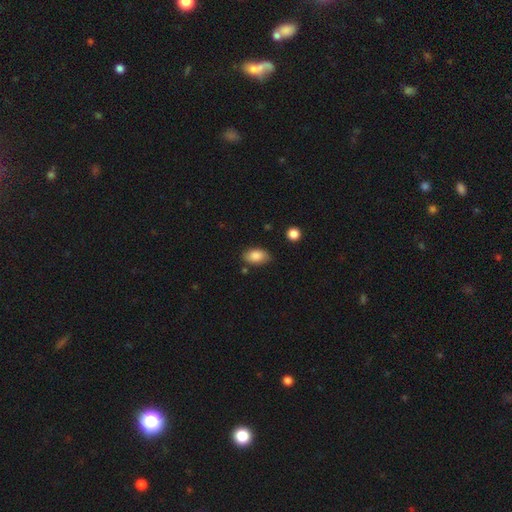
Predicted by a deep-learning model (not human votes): Smooth or featured: smooth — 86% (star or artifact — 7%)
How rounded: in between — 92% (round — 6%)
Merging: none — 80% (minor disturbance — 14%)